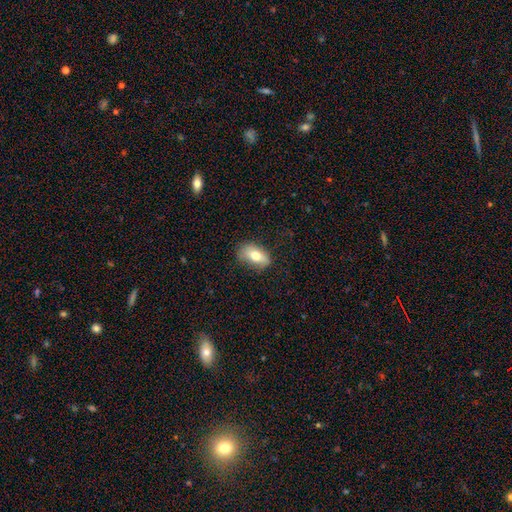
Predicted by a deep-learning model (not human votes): The model was most divided on "merging": none: 69%, minor disturbance: 23%, major disturbance: 6%, merger: 1%. More confident: how rounded — in between (88%); smooth or featured — smooth (73%).